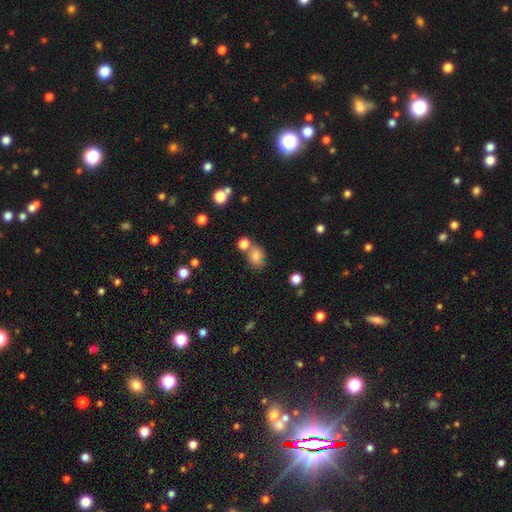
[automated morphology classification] This is likely a smooth galaxy (78%). How rounded: possibly in between (51%). Merging: possibly none (54%).